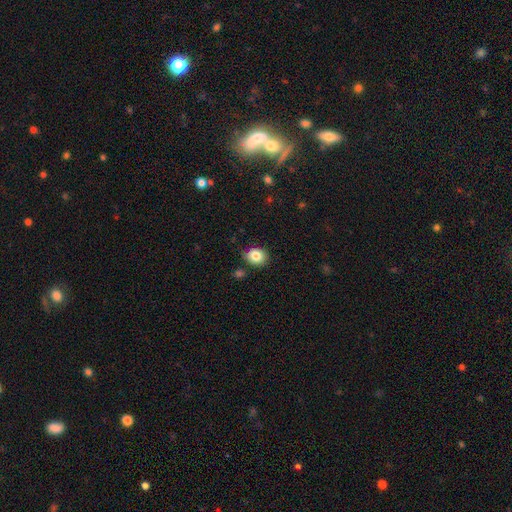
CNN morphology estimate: smooth 83%, star or artifact 9%, featured or disk 7%. Down the decision tree: how rounded — round (58%); merging — none (79%).